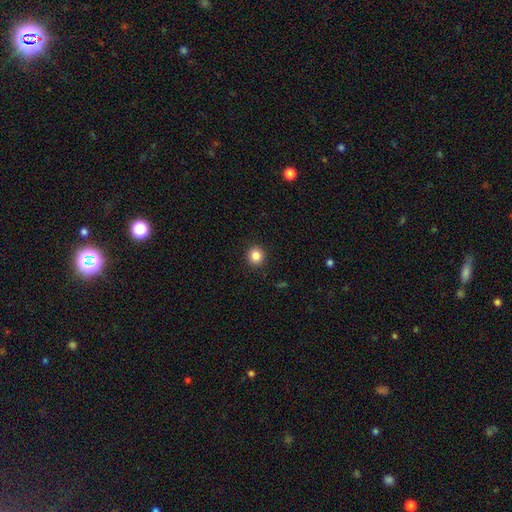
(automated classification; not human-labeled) Smooth or featured?
  - smooth: 85% *
  - star or artifact: 10%
  - featured or disk: 5%
How rounded?
  - round: 91% *
  - in between: 8%
  - cigar-shaped: 1%
Merging?
  - none: 92% *
  - minor disturbance: 5%
  - major disturbance: 2%
  - merger: 1%